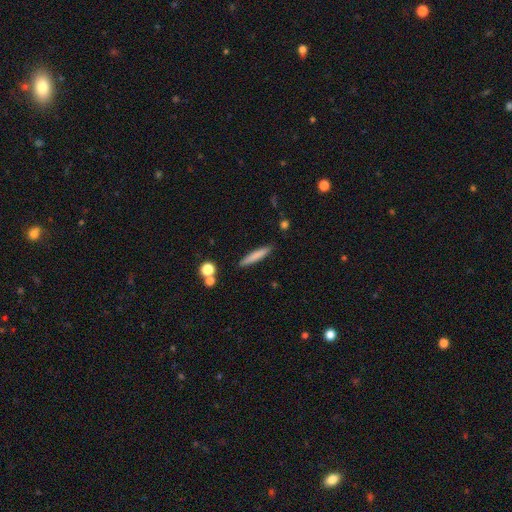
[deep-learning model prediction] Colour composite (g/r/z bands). It shows a smooth galaxy with no disk features (77%) that is cigar-shaped (92%). Merging: none (88%).